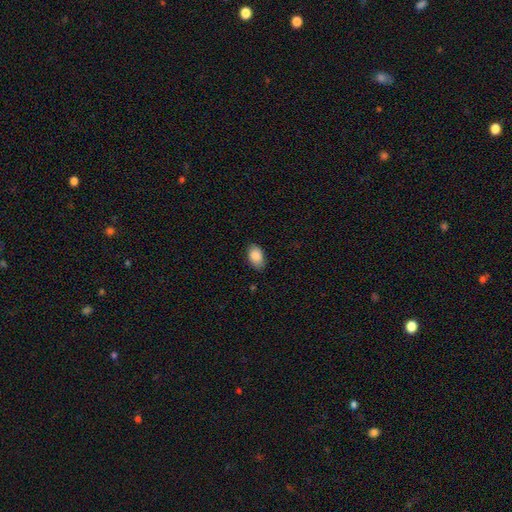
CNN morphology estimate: smooth_or_featured: smooth (p=0.88) [alt: star or artifact p=0.07]
how_rounded: in between (p=0.91) [alt: round p=0.07]
merging: none (p=0.82) [alt: minor disturbance p=0.15]